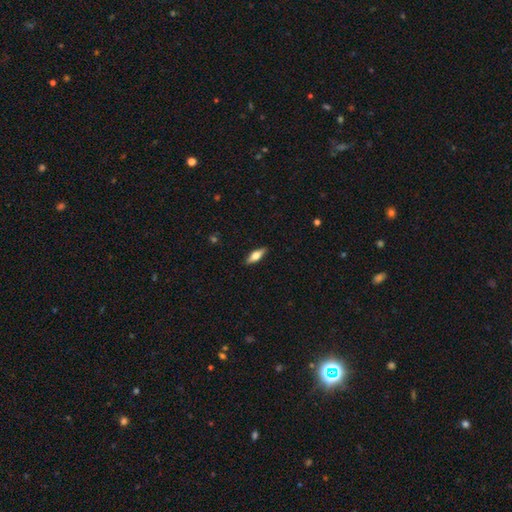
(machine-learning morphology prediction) A smooth galaxy with no disk features (48%).

Vote fractions:
- Smooth or featured? smooth: 48% / featured or disk: 46% / star or artifact: 6%
- Merging? none: 89% / minor disturbance: 8% / major disturbance: 2% / merger: 1%